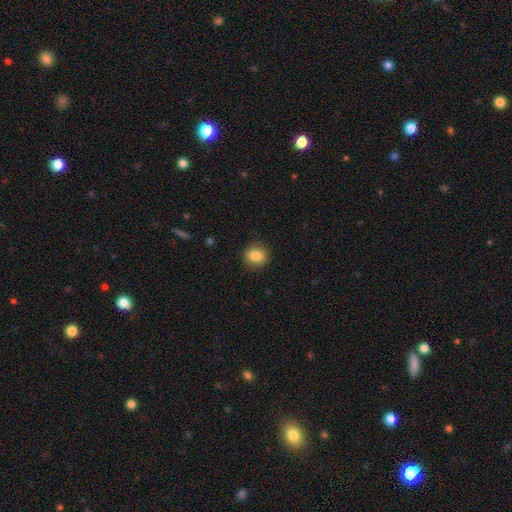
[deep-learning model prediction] A smooth galaxy with no disk features (82%) that is round (80%).

Vote fractions:
- Smooth or featured? smooth: 82% / star or artifact: 9% / featured or disk: 8%
- How rounded? round: 80% / in between: 19% / cigar-shaped: 1%
- Merging? none: 87% / minor disturbance: 9% / major disturbance: 3% / merger: 1%